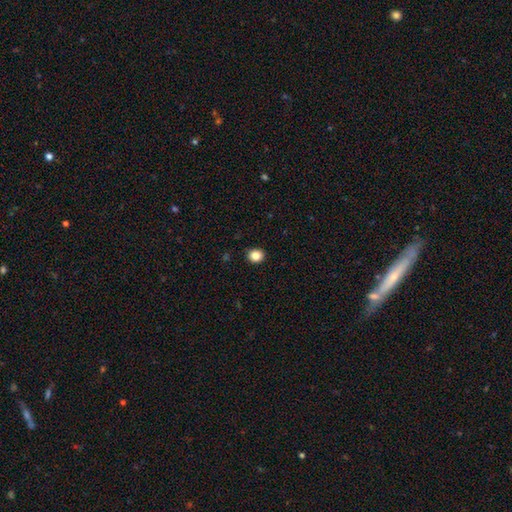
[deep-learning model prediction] A smooth galaxy with no disk features (85%) that is round (76%). Merging: none (91%).